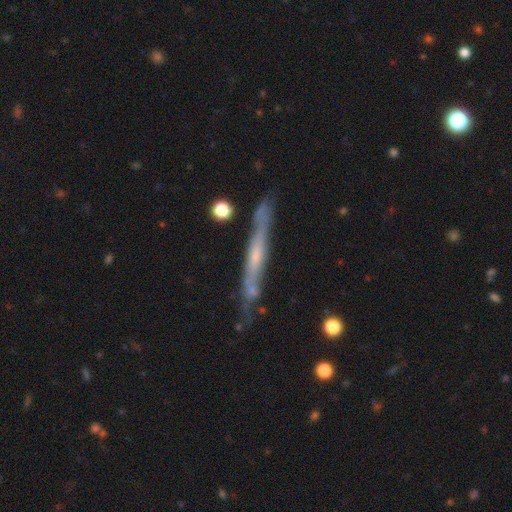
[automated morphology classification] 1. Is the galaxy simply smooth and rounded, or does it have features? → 68% featured or disk, 26% smooth, 6% star or artifact.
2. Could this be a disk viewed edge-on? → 87% yes, 13% no.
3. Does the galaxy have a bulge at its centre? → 58% none, 33% rounded, 10% boxy.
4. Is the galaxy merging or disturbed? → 70% none, 20% minor disturbance, 5% major disturbance, 5% merger.